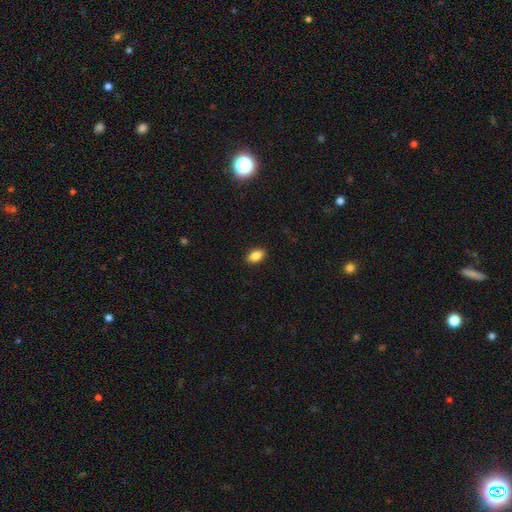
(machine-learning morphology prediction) smooth 86%, star or artifact 8%, featured or disk 6%. Down the decision tree: how rounded — in between (90%); merging — none (90%).